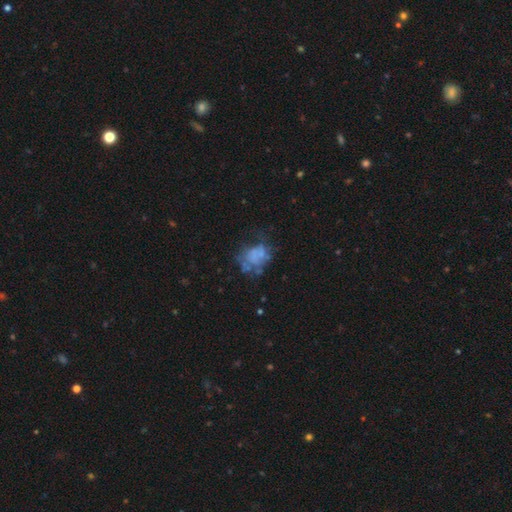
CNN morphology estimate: This appears to be a featured or disk galaxy (47%). Merging: none (34%, tied with major disturbance).